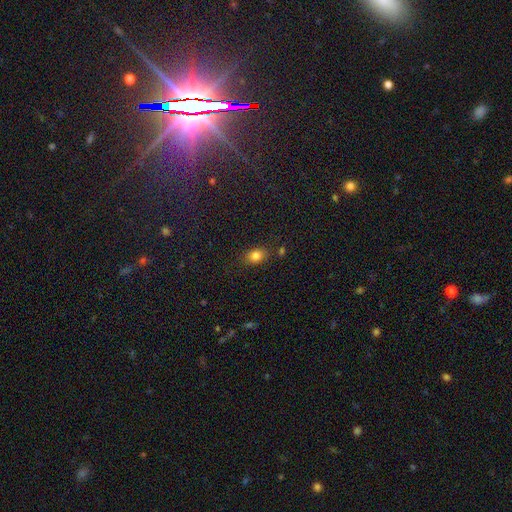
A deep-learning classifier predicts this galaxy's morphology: Smooth or featured? smooth (82%)
How rounded? in between (62%)
Merging? none (78%)